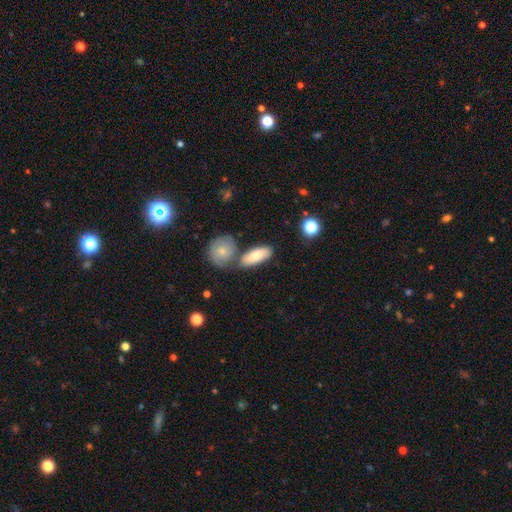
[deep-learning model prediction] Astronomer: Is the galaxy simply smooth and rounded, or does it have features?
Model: smooth — 77%.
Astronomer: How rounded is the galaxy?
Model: in between — 74%.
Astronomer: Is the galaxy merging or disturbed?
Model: none — 57%.